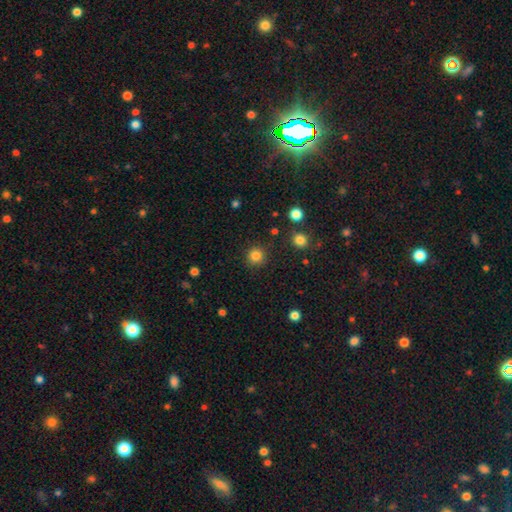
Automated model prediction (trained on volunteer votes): This is clearly a smooth galaxy (83%). How rounded: clearly round (94%). Merging: clearly none (90%).